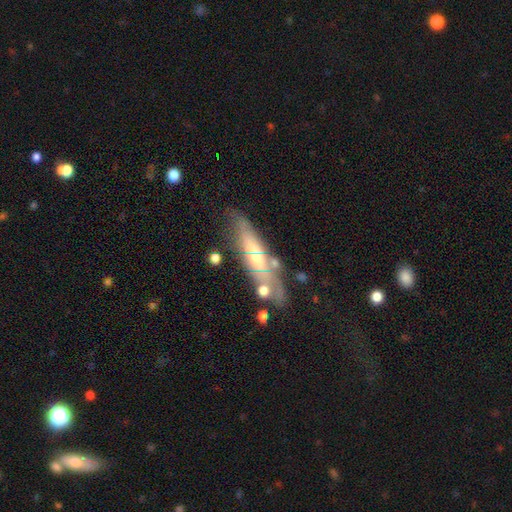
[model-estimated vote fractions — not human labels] Smooth or featured? featured or disk (63%)
Edge-on disk? no (55%)
Merging? none (56%)